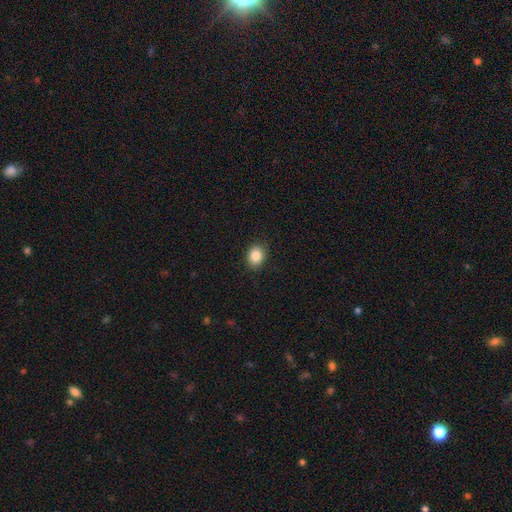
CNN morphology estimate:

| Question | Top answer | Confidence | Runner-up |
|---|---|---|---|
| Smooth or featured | smooth | 86% | star or artifact (9%) |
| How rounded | in between | 53% | round (46%) |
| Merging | none | 87% | minor disturbance (10%) |